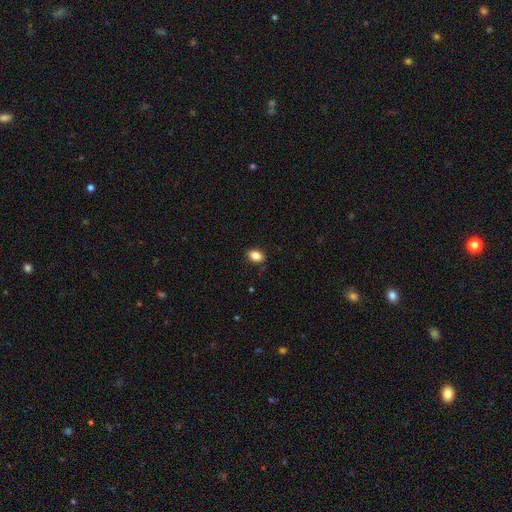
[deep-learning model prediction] Smooth or featured? smooth (85%)
How rounded? in between (84%)
Merging? none (86%)